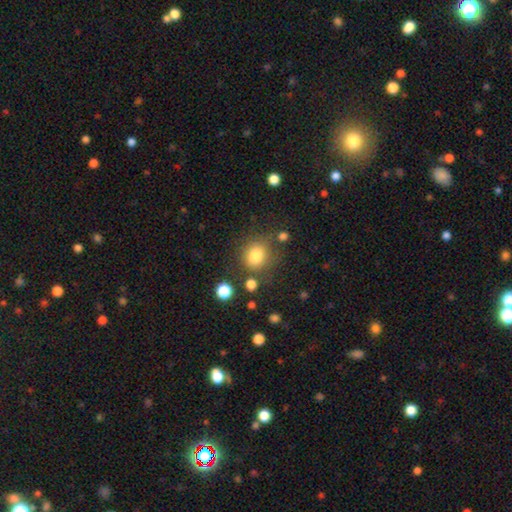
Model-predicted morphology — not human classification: This is clearly a smooth galaxy (81%). How rounded: likely round (78%). Merging: likely none (73%).